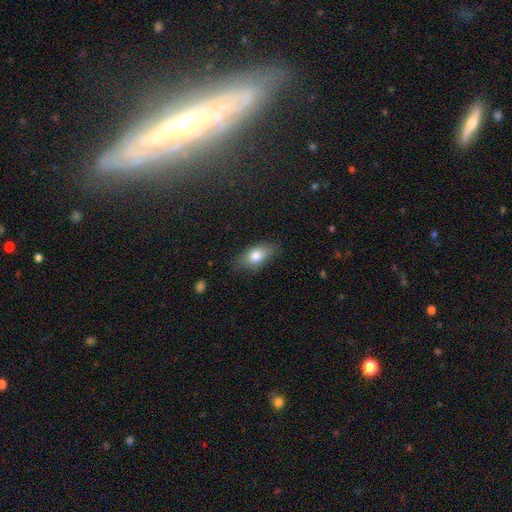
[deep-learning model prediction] Smooth or featured?
  - smooth: 77% *
  - featured or disk: 15%
  - star or artifact: 8%
How rounded?
  - in between: 86% *
  - round: 7%
  - cigar-shaped: 7%
Merging?
  - none: 75% *
  - minor disturbance: 19%
  - major disturbance: 4%
  - merger: 1%